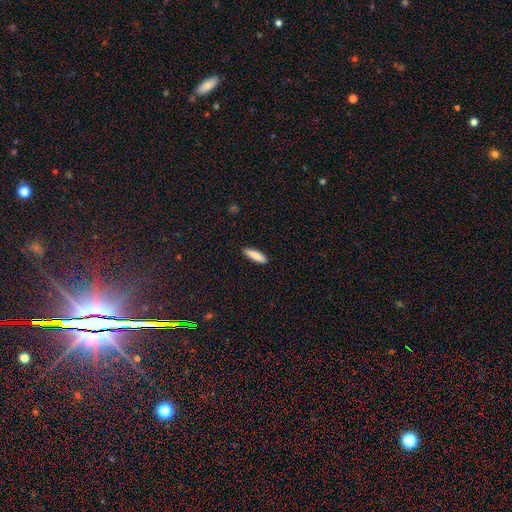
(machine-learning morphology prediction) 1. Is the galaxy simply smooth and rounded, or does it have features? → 84% smooth, 10% featured or disk, 6% star or artifact.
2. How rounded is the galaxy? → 61% cigar-shaped, 38% in between, 2% round.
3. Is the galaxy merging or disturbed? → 89% none, 8% minor disturbance, 2% major disturbance, 1% merger.